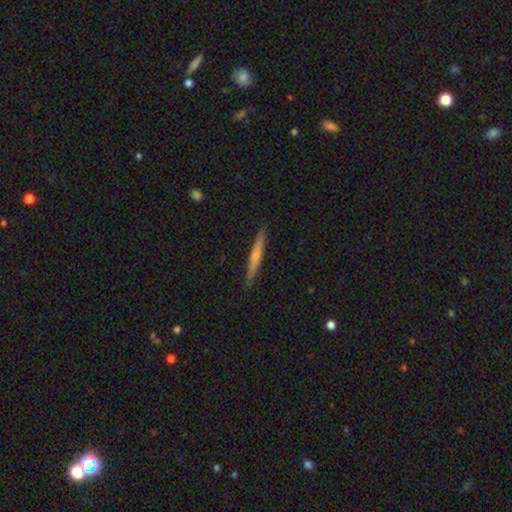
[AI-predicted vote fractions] smooth_or_featured: smooth (p=0.50) [alt: featured or disk p=0.44]
how_rounded: cigar-shaped (p=0.95) [alt: in between p=0.03]
merging: none (p=0.90) [alt: minor disturbance p=0.08]